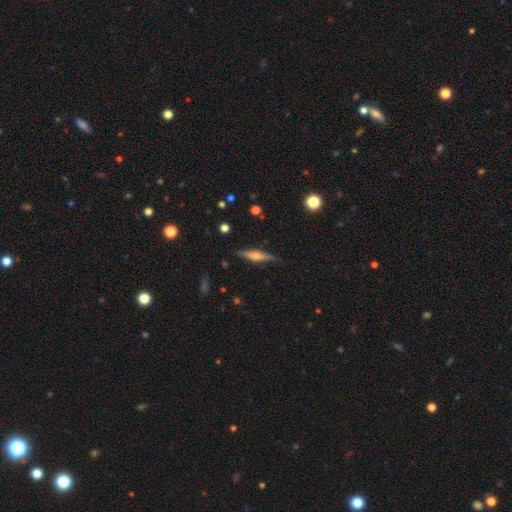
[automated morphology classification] A featured or disk galaxy (65%) viewed edge-on (96%) with a rounded central bulge (86%). Merging: none (87%).